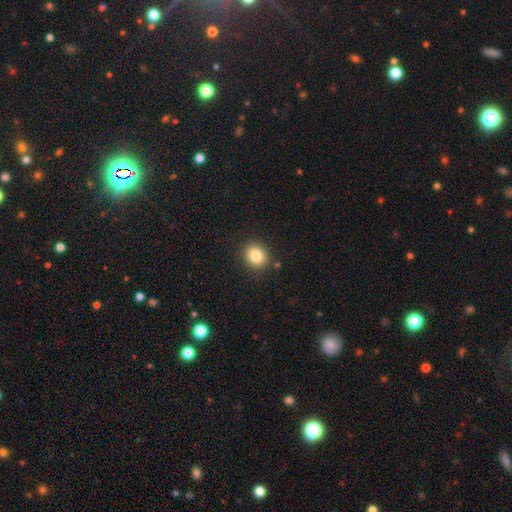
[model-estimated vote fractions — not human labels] Smooth or featured?
  - smooth: 84% *
  - star or artifact: 10%
  - featured or disk: 6%
How rounded?
  - round: 76% *
  - in between: 23%
  - cigar-shaped: 1%
Merging?
  - none: 89% *
  - minor disturbance: 7%
  - major disturbance: 2%
  - merger: 2%